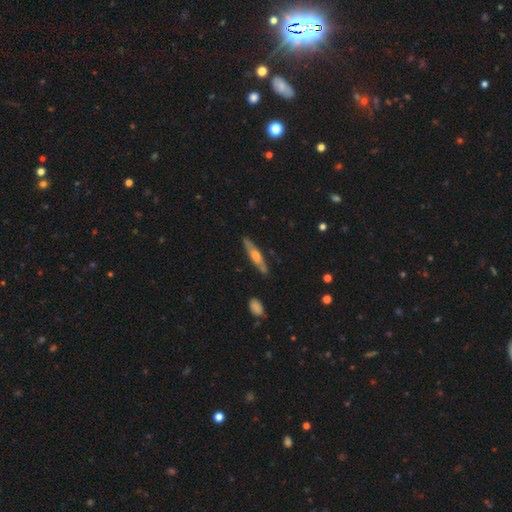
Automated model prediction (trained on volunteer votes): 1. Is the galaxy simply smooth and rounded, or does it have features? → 56% featured or disk, 38% smooth, 6% star or artifact.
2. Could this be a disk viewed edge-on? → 88% yes, 12% no.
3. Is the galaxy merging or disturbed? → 83% none, 12% minor disturbance, 3% major disturbance, 2% merger.